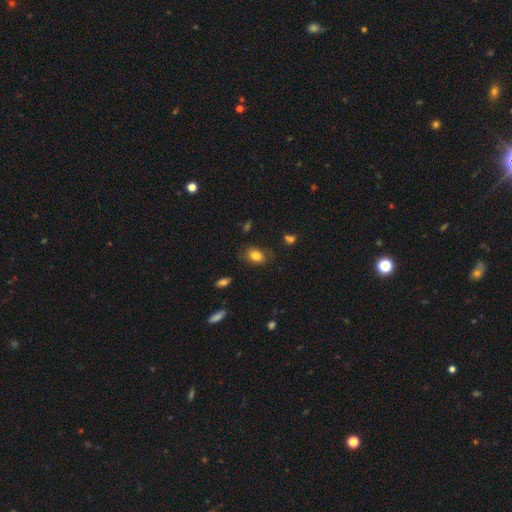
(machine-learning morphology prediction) The model was most divided on "how rounded": in between: 78%, round: 21%, cigar-shaped: 1%. More confident: smooth or featured — smooth (82%); merging — none (80%).